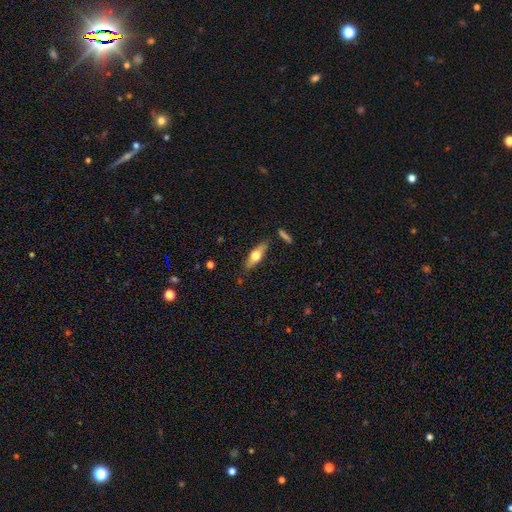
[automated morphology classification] Smooth or featured?
  - smooth: 49% *
  - featured or disk: 45%
  - star or artifact: 6%
Merging?
  - none: 82% *
  - minor disturbance: 12%
  - merger: 3%
  - major disturbance: 3%